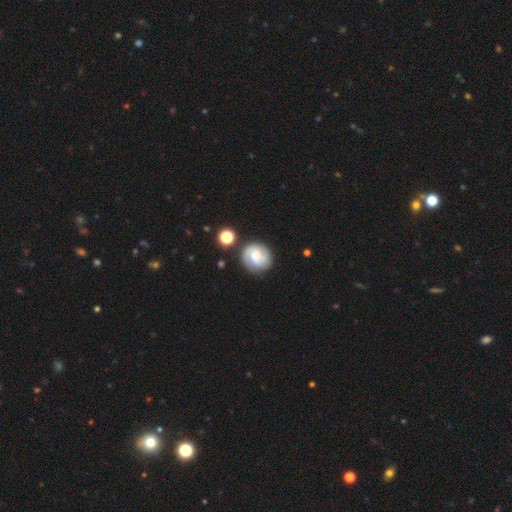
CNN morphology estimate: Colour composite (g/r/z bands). It shows a featured or disk galaxy (61%) with no bar (55%), 2 (58%) medium (42%) spiral arms (92%) and a moderate central bulge (51%). Merging: none (77%).